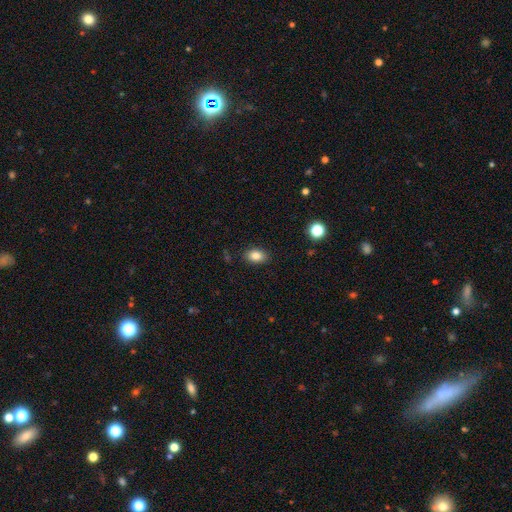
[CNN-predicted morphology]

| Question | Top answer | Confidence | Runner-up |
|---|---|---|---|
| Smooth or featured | smooth | 85% | star or artifact (9%) |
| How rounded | in between | 84% | round (15%) |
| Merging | none | 88% | minor disturbance (9%) |